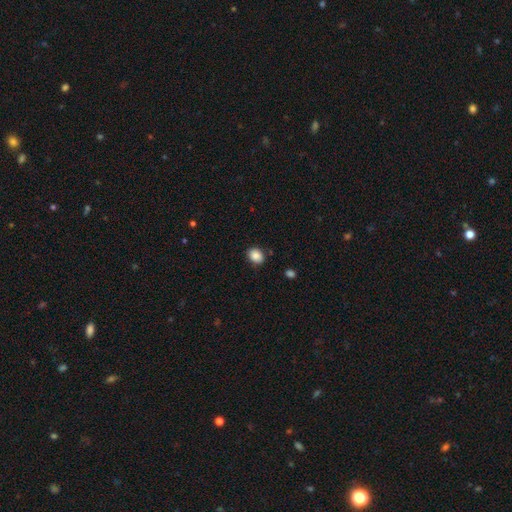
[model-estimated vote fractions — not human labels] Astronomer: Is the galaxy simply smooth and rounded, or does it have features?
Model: smooth — 87%.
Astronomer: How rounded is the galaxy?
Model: round — 50% (runner-up: in between, 49%).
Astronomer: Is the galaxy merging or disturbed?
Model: none — 84%.